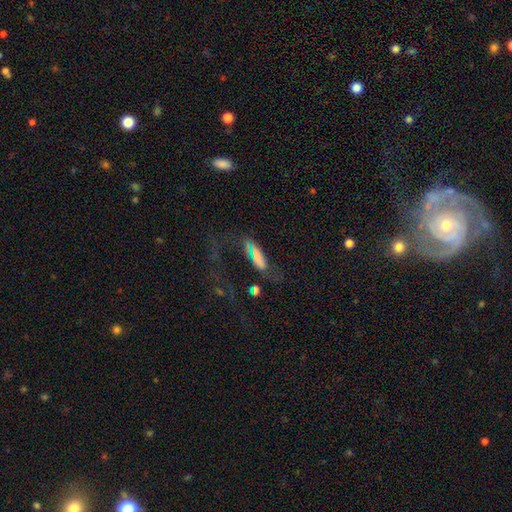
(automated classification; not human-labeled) Smooth or featured: smooth — 57% (featured or disk — 23%)
How rounded: in between — 48% (cigar-shaped — 45%)
Merging: none — 46% (major disturbance — 24%)